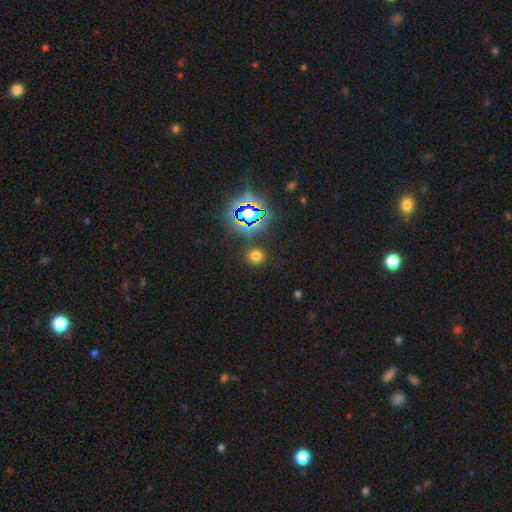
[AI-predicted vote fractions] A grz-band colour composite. It shows a smooth galaxy with no disk features (65%) that is round (86%). Merging: none (86%).